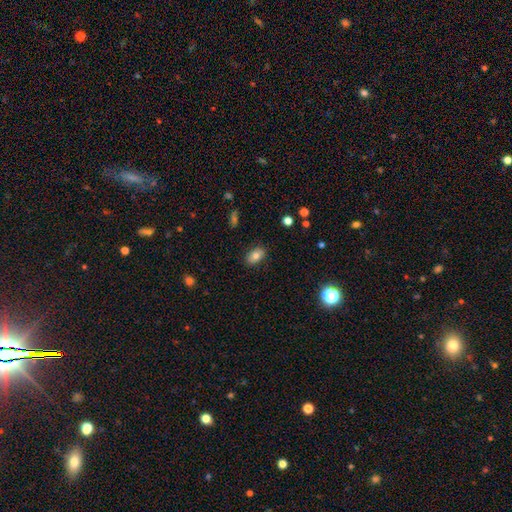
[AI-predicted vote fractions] Smooth or featured?
  - smooth: 78% *
  - featured or disk: 13%
  - star or artifact: 9%
How rounded?
  - in between: 88% *
  - round: 10%
  - cigar-shaped: 2%
Merging?
  - none: 86% *
  - minor disturbance: 10%
  - major disturbance: 2%
  - merger: 1%